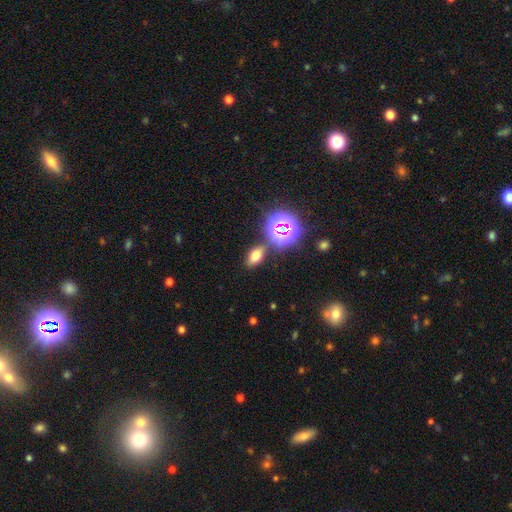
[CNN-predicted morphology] type=smooth (58%); roundness=in between (75%); merging=none (81%).